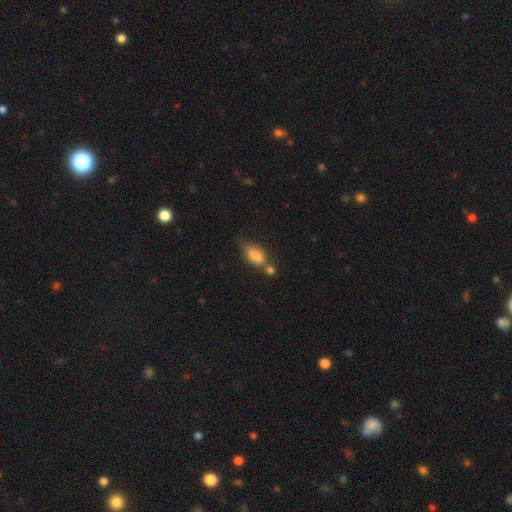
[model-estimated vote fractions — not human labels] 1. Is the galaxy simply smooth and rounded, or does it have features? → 78% smooth, 13% featured or disk, 9% star or artifact.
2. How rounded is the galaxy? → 83% in between, 10% cigar-shaped, 7% round.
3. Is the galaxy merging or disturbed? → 38% merger, 29% none, 22% minor disturbance, 11% major disturbance.